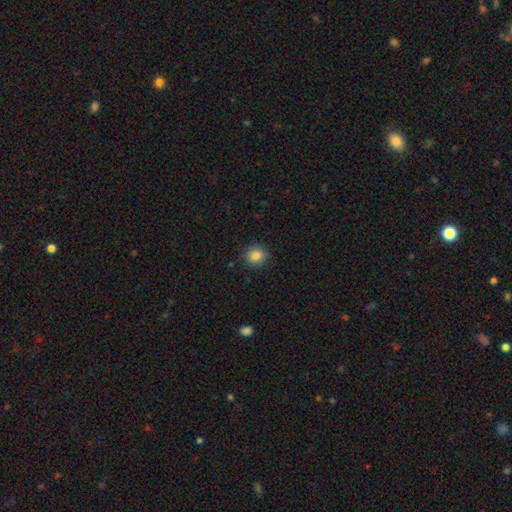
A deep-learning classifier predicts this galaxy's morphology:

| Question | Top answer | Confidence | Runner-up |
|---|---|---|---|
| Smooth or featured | smooth | 85% | star or artifact (10%) |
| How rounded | round | 79% | in between (20%) |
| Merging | none | 88% | minor disturbance (8%) |